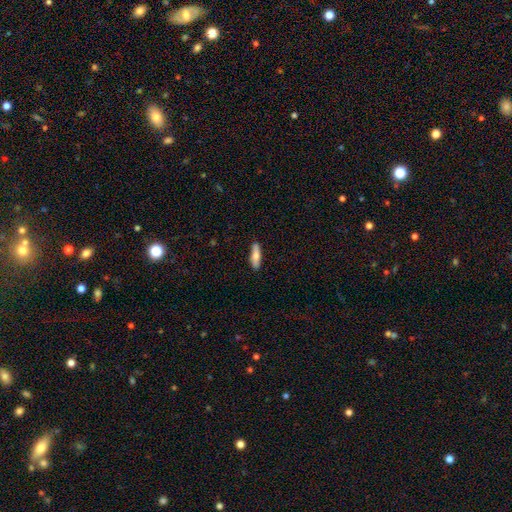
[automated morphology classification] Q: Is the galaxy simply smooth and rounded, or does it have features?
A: smooth — 72%.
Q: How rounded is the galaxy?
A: cigar-shaped — 60%.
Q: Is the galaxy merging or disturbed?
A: none — 87%.